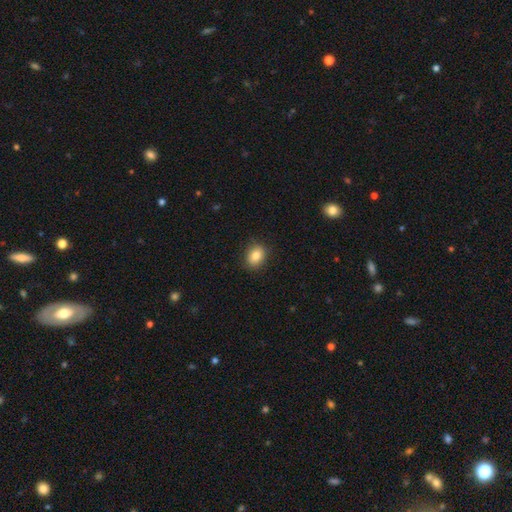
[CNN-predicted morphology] type=smooth (84%); roundness=in between (56%); merging=none (88%).